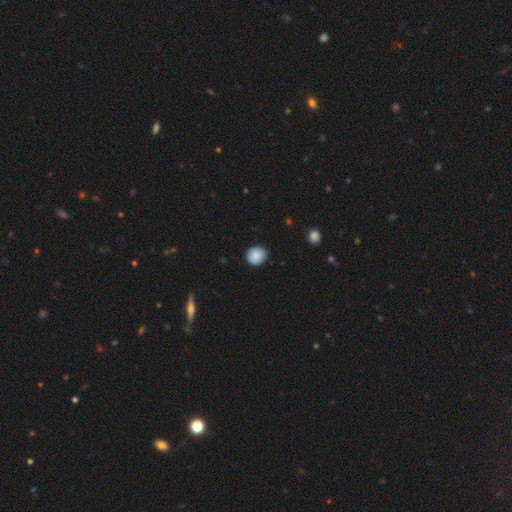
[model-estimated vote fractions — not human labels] Smooth or featured: smooth — 88% (star or artifact — 8%)
How rounded: round — 90% (in between — 9%)
Merging: none — 90% (minor disturbance — 8%)